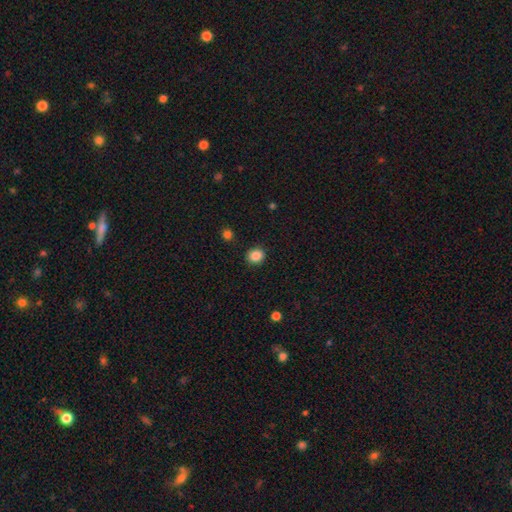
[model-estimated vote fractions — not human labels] smooth 86%, star or artifact 10%, featured or disk 4%. Down the decision tree: how rounded — round (72%); merging — none (90%).